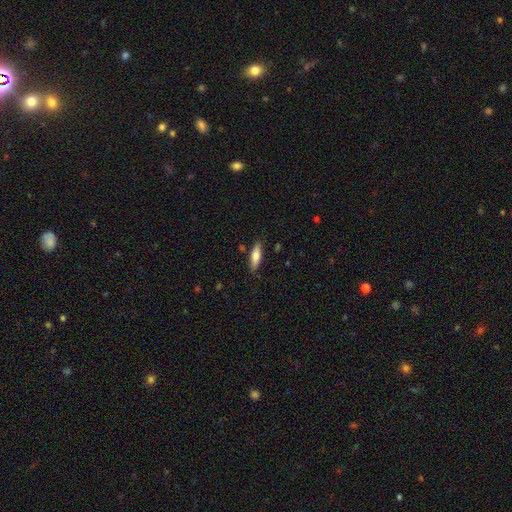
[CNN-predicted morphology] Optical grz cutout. It shows a smooth galaxy with no disk features (70%) that is cigar-shaped (49%). Merging: none (84%).